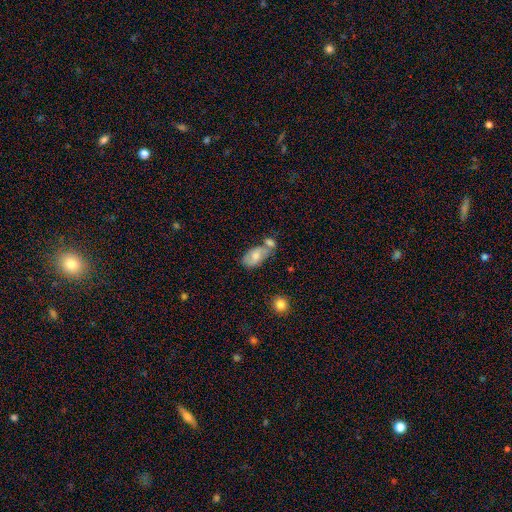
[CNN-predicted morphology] smooth 59%, featured or disk 34%, star or artifact 8%. Down the decision tree: how rounded — in between (92%); merging — merger (42%).